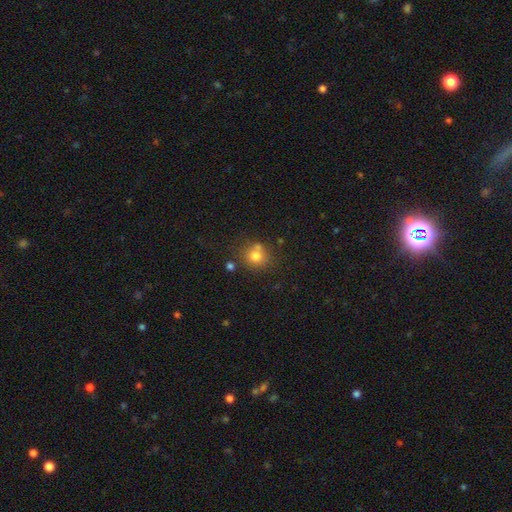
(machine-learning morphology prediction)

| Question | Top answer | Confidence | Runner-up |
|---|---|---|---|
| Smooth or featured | smooth | 76% | star or artifact (13%) |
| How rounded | round | 83% | in between (16%) |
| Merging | none | 66% | merger (18%) |